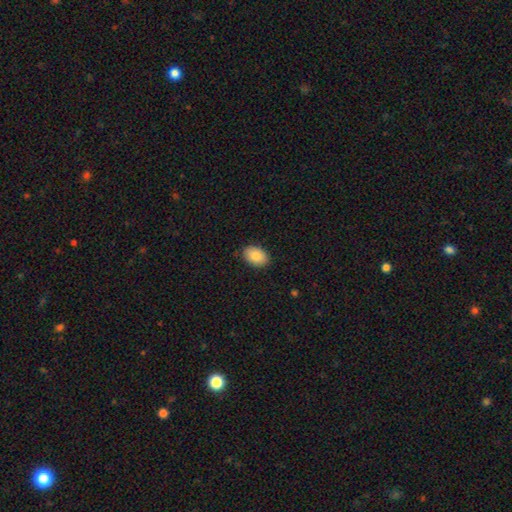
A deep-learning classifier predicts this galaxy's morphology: smooth-or-featured: smooth: 85% | featured or disk: 8% | star or artifact: 7%
  how-rounded: in between: 85% | round: 14% | cigar-shaped: 1%
  merging: none: 87% | minor disturbance: 10% | major disturbance: 2% | merger: 1%